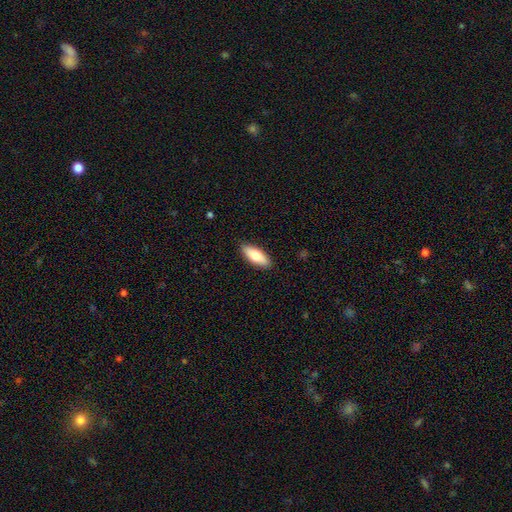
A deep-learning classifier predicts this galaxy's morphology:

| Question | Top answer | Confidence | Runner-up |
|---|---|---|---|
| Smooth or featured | smooth | 74% | featured or disk (20%) |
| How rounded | in between | 71% | cigar-shaped (27%) |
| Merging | none | 89% | minor disturbance (9%) |